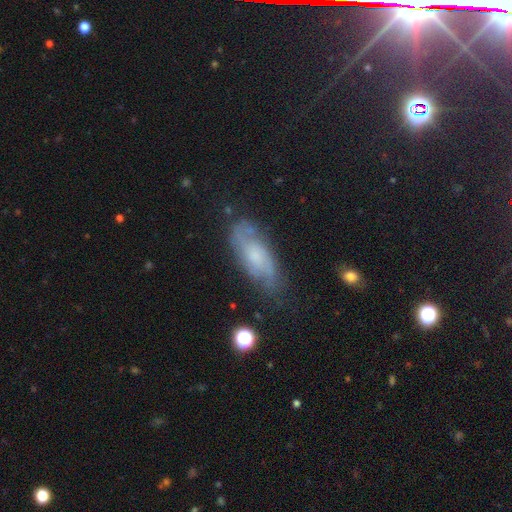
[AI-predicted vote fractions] smooth_or_featured: featured or disk (p=0.60) [alt: smooth p=0.30]
disk_edge_on: no (p=0.86) [alt: yes p=0.14]
bar: no (p=0.67) [alt: weak p=0.28]
has_spiral_arms: yes (p=0.84) [alt: no p=0.16]
bulge_size: small (p=0.44) [alt: moderate p=0.34]
merging: none (p=0.68) [alt: minor disturbance p=0.22]